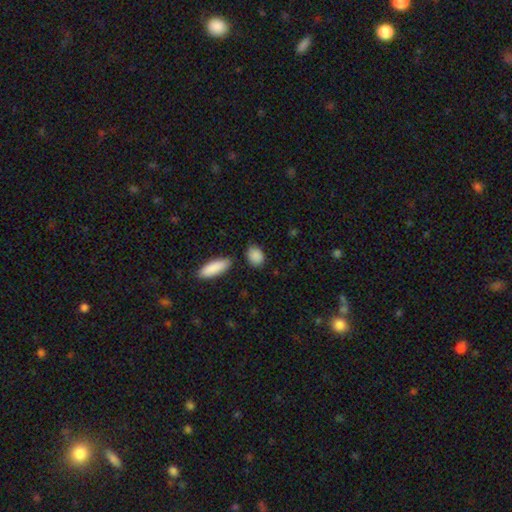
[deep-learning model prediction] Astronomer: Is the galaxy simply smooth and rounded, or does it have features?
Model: smooth — 89%.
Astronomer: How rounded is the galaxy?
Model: in between — 66%.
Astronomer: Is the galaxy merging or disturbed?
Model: none — 79%.